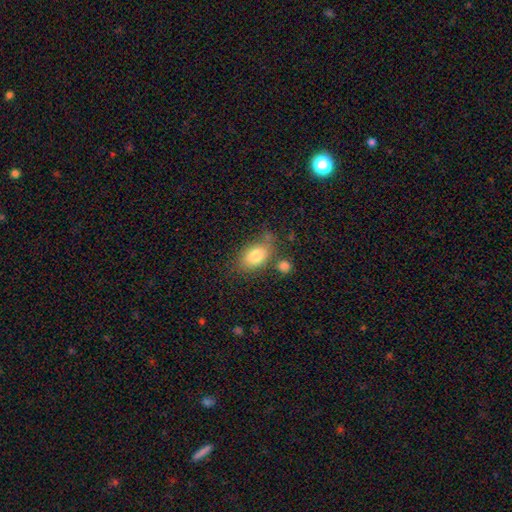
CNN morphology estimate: A smooth galaxy with no disk features (81%) that is in between round and cigar-shaped (85%).

Vote fractions:
- Smooth or featured? smooth: 81% / featured or disk: 11% / star or artifact: 8%
- How rounded? in between: 85% / round: 13% / cigar-shaped: 2%
- Merging? none: 60% / minor disturbance: 21% / merger: 11% / major disturbance: 8%